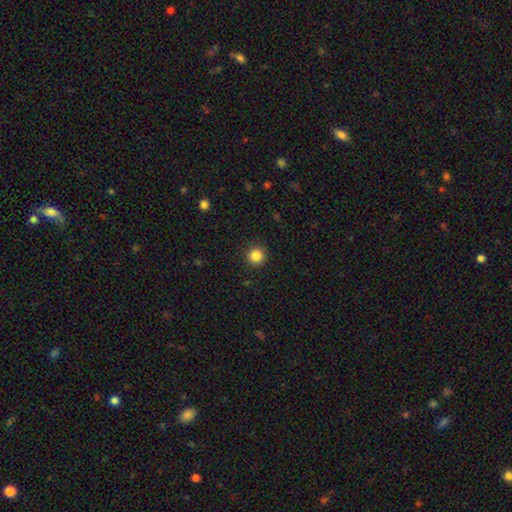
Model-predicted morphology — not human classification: This is clearly a smooth galaxy (85%). How rounded: clearly round (95%). Merging: clearly none (92%).